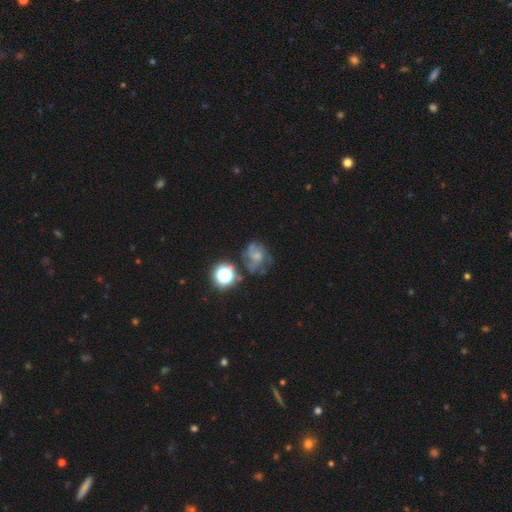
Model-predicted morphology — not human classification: Smooth or featured? featured or disk (49%)
Merging? none (43%)